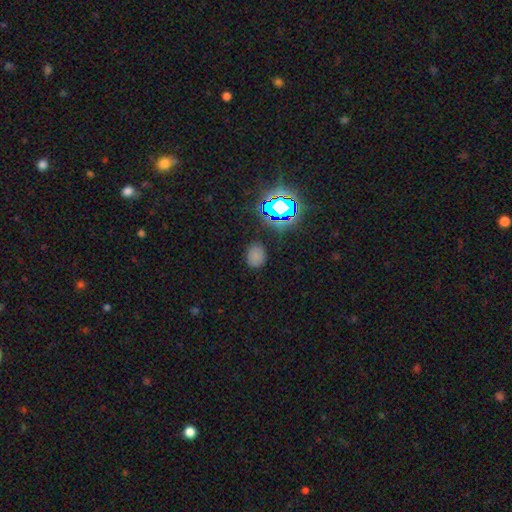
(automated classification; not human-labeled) This is likely a smooth galaxy (68%). How rounded: possibly round (51%). Merging: clearly none (82%).